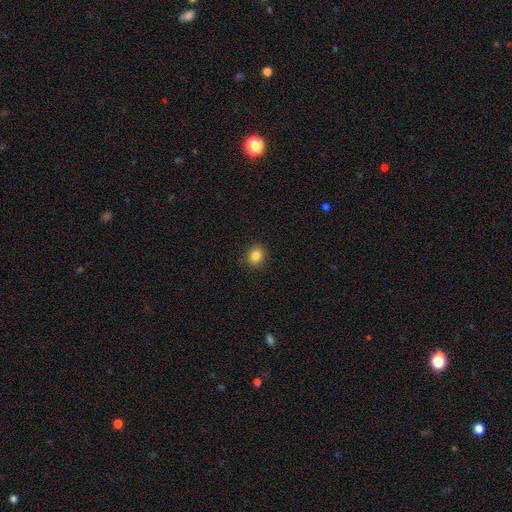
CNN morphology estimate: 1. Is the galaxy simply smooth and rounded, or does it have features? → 84% smooth, 11% star or artifact, 5% featured or disk.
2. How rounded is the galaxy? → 78% round, 22% in between, 1% cigar-shaped.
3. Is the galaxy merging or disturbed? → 90% none, 7% minor disturbance, 2% major disturbance, 1% merger.